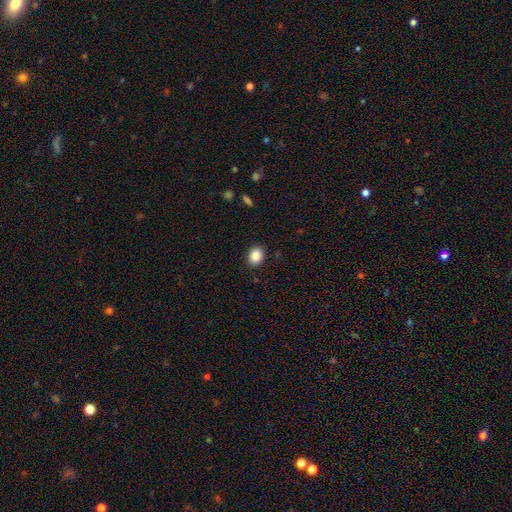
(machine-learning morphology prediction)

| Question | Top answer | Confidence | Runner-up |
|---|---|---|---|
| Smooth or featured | smooth | 88% | star or artifact (9%) |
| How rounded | round | 52% | in between (47%) |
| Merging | none | 89% | minor disturbance (8%) |